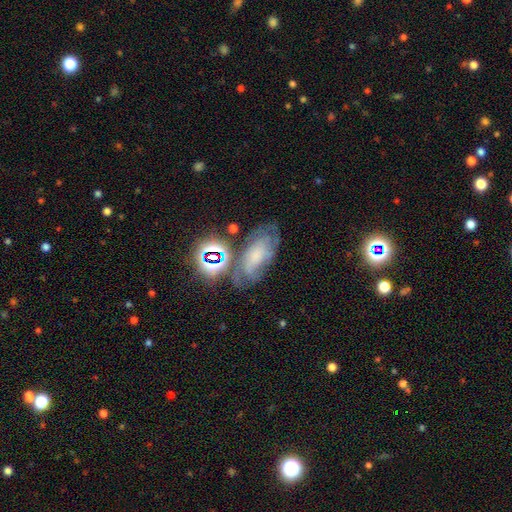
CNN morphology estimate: Smooth or featured? featured or disk (52%)
Edge-on disk? no (92%)
Merging? none (55%)